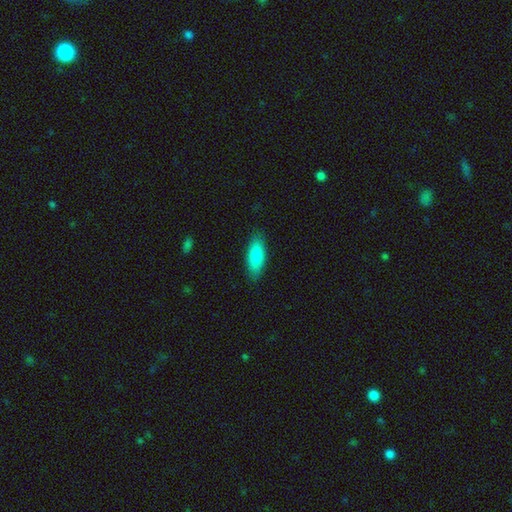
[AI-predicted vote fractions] A smooth galaxy with no disk features (84%) that is in between round and cigar-shaped (70%).

Vote fractions:
- Smooth or featured? smooth: 84% / featured or disk: 10% / star or artifact: 6%
- How rounded? in between: 70% / cigar-shaped: 28% / round: 2%
- Merging? none: 87% / minor disturbance: 10% / major disturbance: 2% / merger: 1%